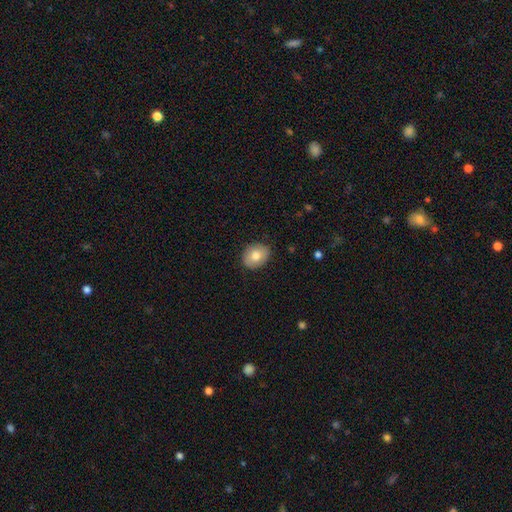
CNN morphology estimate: Smooth or featured: smooth — 77% (featured or disk — 16%)
How rounded: round — 51% (in between — 49%)
Merging: none — 86% (minor disturbance — 11%)